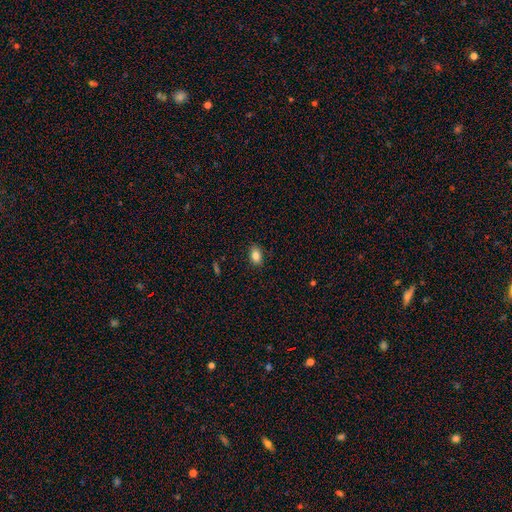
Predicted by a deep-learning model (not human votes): smooth-or-featured: smooth: 84% | star or artifact: 9% | featured or disk: 7%
  how-rounded: in between: 85% | round: 13% | cigar-shaped: 2%
  merging: none: 87% | minor disturbance: 10% | major disturbance: 2% | merger: 1%